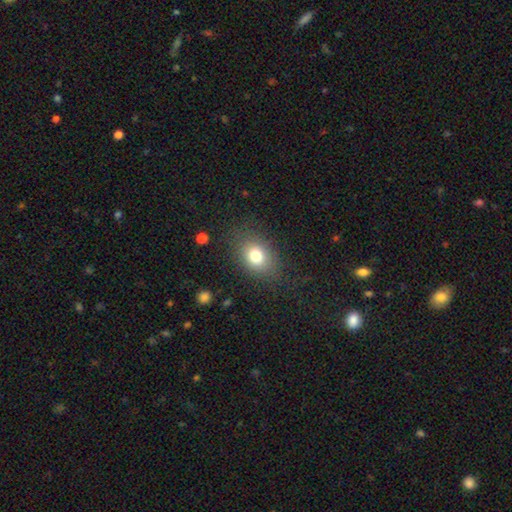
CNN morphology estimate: Overall: smooth (77%). How rounded: in between (62%; round 37%). Merging: none (79%).